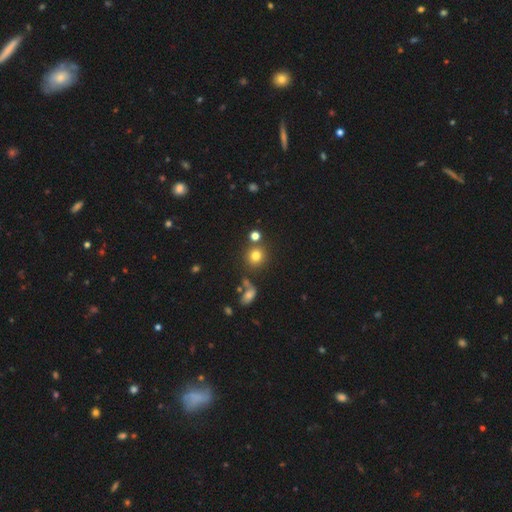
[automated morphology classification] A smooth galaxy with no disk features (76%) that is round (88%).

Vote fractions:
- Smooth or featured? smooth: 76% / star or artifact: 15% / featured or disk: 9%
- How rounded? round: 88% / in between: 11% / cigar-shaped: 1%
- Merging? none: 75% / merger: 12% / minor disturbance: 10% / major disturbance: 4%